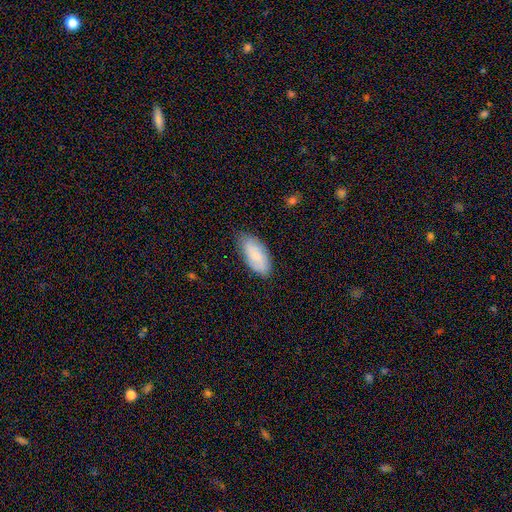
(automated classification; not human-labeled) smooth_or_featured: smooth (p=0.72) [alt: featured or disk p=0.22]
how_rounded: in between (p=0.90) [alt: cigar-shaped p=0.08]
merging: none (p=0.79) [alt: minor disturbance p=0.17]